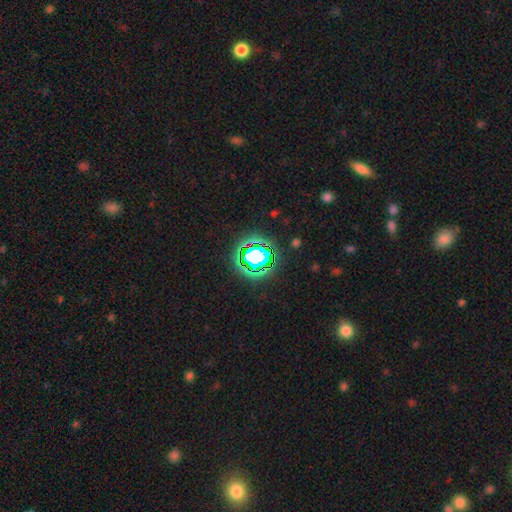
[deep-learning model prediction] A star or artifact, not a galaxy (64%).

Vote fractions:
- Smooth or featured? star or artifact: 64% / smooth: 22% / featured or disk: 13%